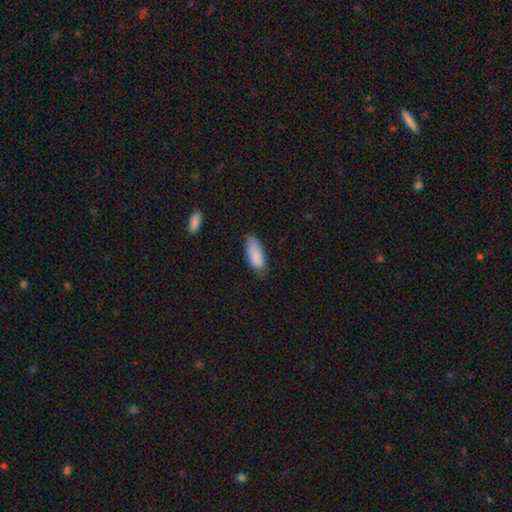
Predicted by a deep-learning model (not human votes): Q: Smooth or featured?
A: smooth (87%); runner-up: featured or disk (6%)
Q: How rounded?
A: in between (85%); runner-up: cigar-shaped (14%)
Q: Merging?
A: none (66%); runner-up: minor disturbance (28%)